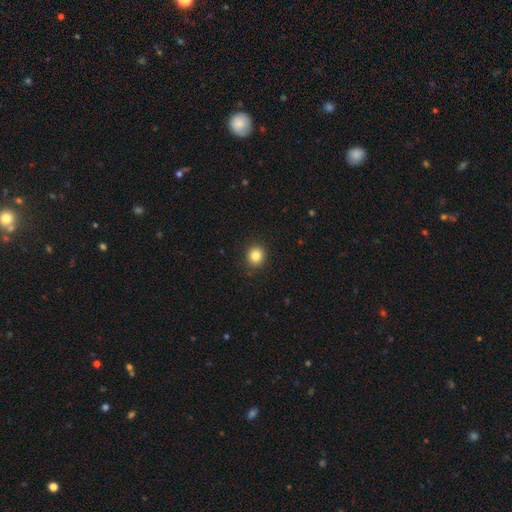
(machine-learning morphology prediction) A smooth galaxy with no disk features (84%) that is round (88%). Merging: none (91%).